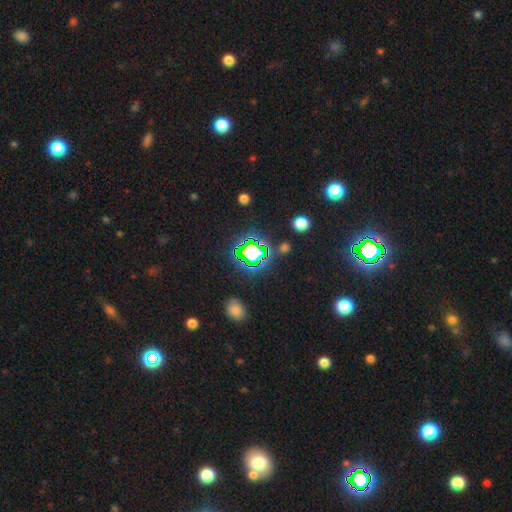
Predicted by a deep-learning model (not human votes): Smooth or featured? star or artifact (69%)